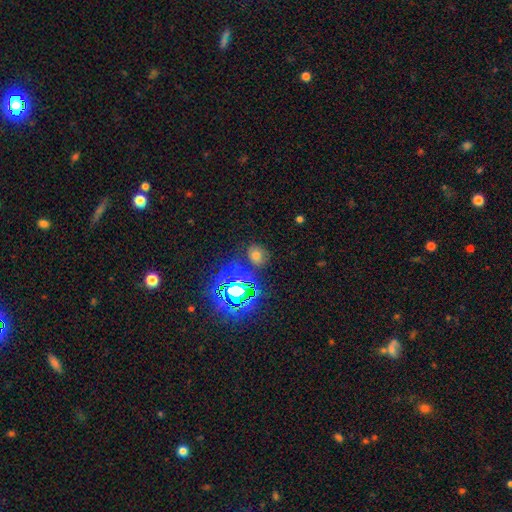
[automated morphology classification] smooth 51%, star or artifact 38%, featured or disk 11%. Down the decision tree: how rounded — round (63%); merging — none (77%).